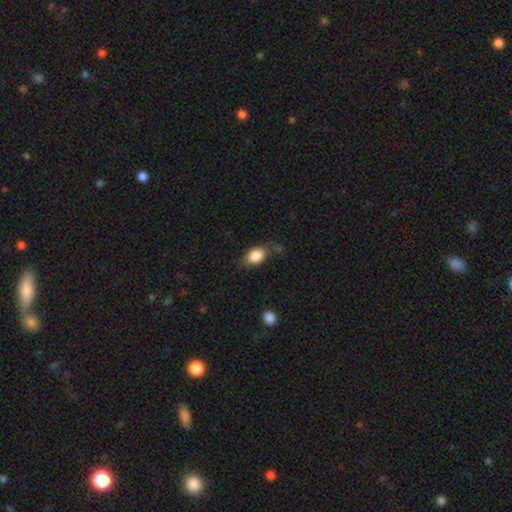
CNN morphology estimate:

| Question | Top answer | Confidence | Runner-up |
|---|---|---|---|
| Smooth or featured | smooth | 84% | featured or disk (8%) |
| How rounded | in between | 81% | round (16%) |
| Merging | none | 61% | minor disturbance (25%) |